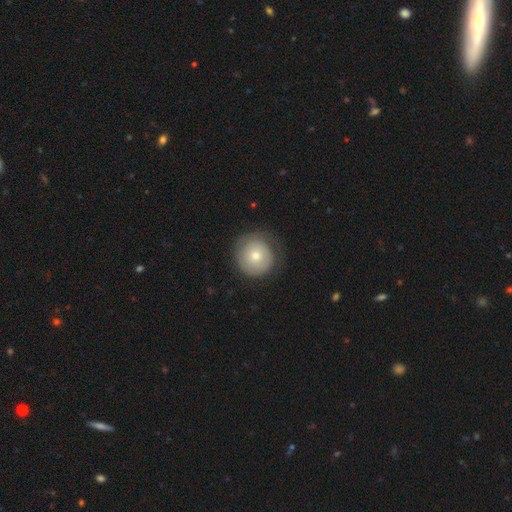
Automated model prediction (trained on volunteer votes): Smooth or featured?
  - smooth: 67% *
  - featured or disk: 26%
  - star or artifact: 7%
How rounded?
  - round: 93% *
  - in between: 6%
  - cigar-shaped: 1%
Merging?
  - none: 72% *
  - minor disturbance: 19%
  - major disturbance: 8%
  - merger: 1%